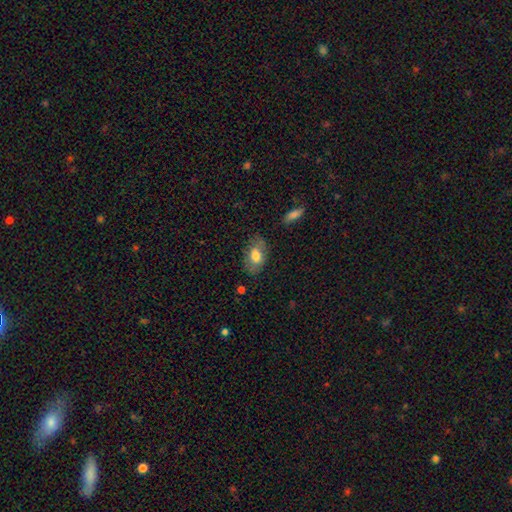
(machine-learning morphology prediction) Smooth or featured: smooth — 71% (featured or disk — 21%)
How rounded: in between — 90% (round — 8%)
Merging: none — 73% (minor disturbance — 20%)